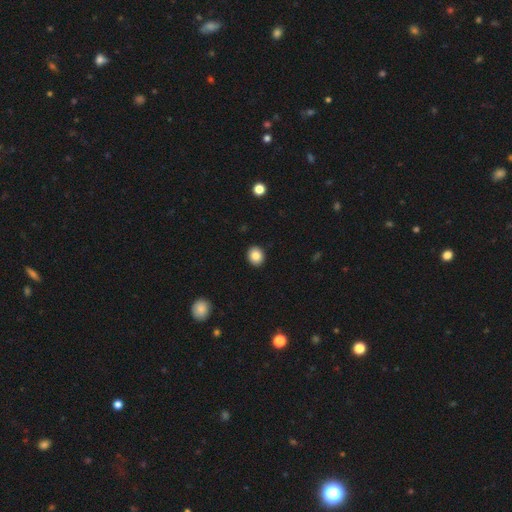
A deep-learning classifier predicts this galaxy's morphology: Smooth or featured? Predicted: smooth (p=0.85). How rounded? Predicted: round (p=0.69). Merging? Predicted: none (p=0.92).